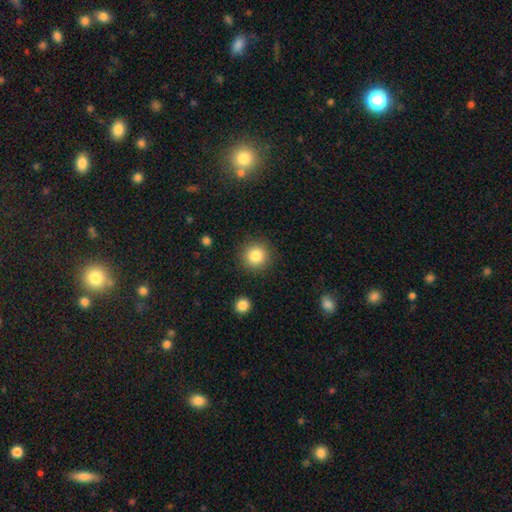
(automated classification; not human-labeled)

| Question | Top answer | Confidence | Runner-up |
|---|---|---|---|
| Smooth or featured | smooth | 84% | star or artifact (10%) |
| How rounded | round | 93% | in between (7%) |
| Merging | none | 89% | minor disturbance (7%) |